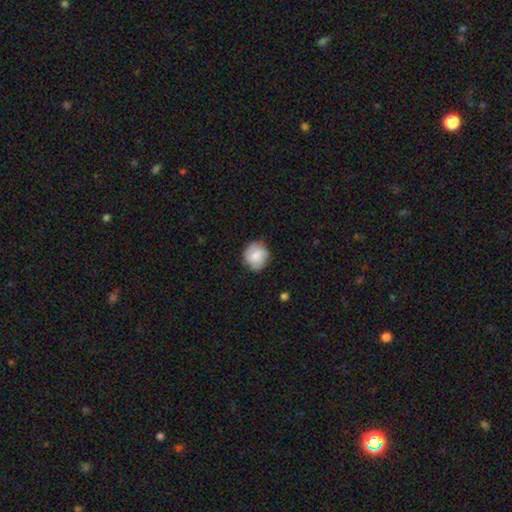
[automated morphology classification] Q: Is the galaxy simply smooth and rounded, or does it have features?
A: smooth — 79%.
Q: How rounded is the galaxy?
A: round — 86%.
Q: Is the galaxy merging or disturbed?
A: none — 78%.